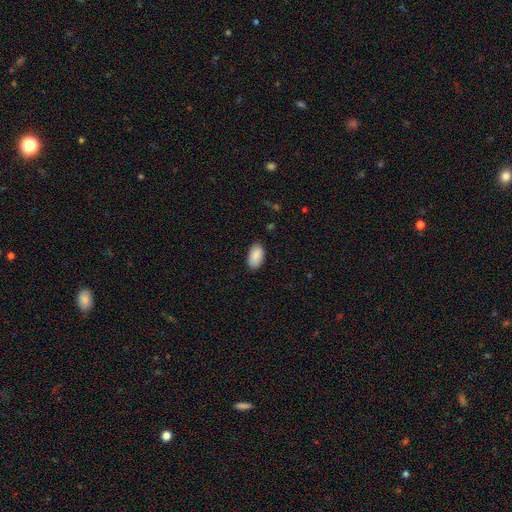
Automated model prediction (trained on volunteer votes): smooth_or_featured: smooth (p=0.90) [alt: star or artifact p=0.06]
how_rounded: in between (p=0.95) [alt: round p=0.03]
merging: none (p=0.86) [alt: minor disturbance p=0.11]